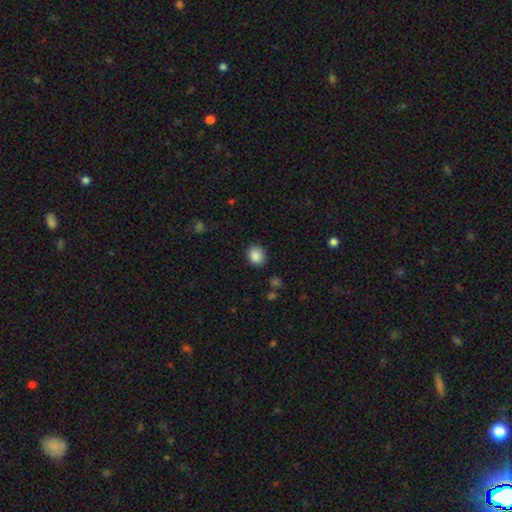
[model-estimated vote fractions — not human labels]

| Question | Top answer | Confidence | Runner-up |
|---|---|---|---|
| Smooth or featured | smooth | 88% | star or artifact (9%) |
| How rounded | round | 67% | in between (32%) |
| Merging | none | 87% | minor disturbance (9%) |